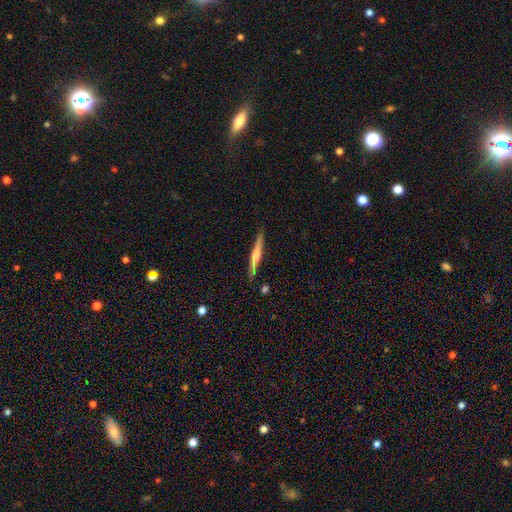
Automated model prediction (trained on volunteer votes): Overall: featured or disk (59%; smooth 35%). Edge-on disk: yes (97%). Edge-on bulge: rounded (61%). Merging: none (85%).